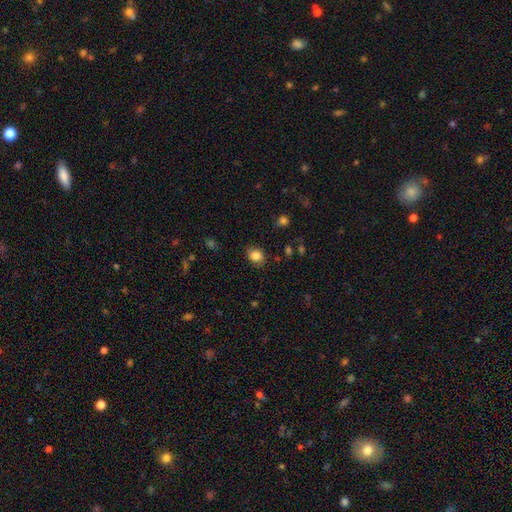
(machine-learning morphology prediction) Q: Smooth or featured?
A: smooth (84%); runner-up: star or artifact (10%)
Q: How rounded?
A: in between (54%); runner-up: round (45%)
Q: Merging?
A: none (82%); runner-up: minor disturbance (13%)